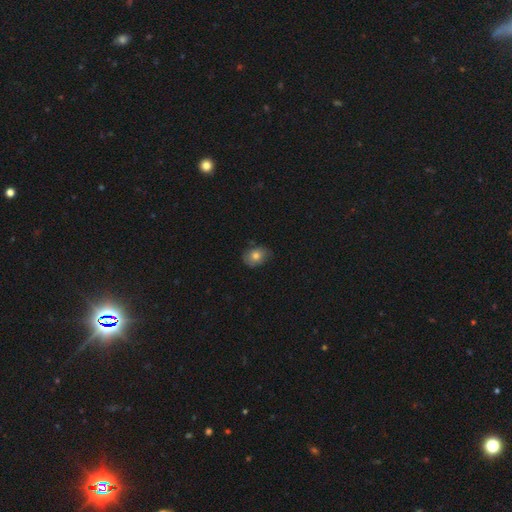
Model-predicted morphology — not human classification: smooth-or-featured: smooth: 77% | featured or disk: 14% | star or artifact: 9%
  how-rounded: in between: 59% | round: 40% | cigar-shaped: 1%
  merging: none: 75% | minor disturbance: 21% | major disturbance: 3% | merger: 1%